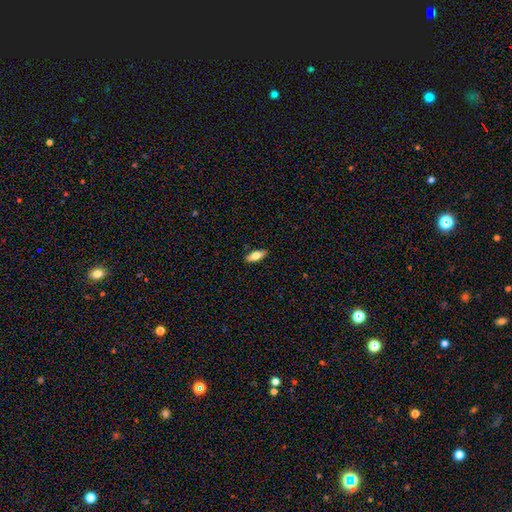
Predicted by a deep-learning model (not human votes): Smooth or featured?
  - smooth: 75% *
  - featured or disk: 19%
  - star or artifact: 7%
How rounded?
  - in between: 77% *
  - cigar-shaped: 20%
  - round: 2%
Merging?
  - none: 89% *
  - minor disturbance: 9%
  - major disturbance: 2%
  - merger: 1%